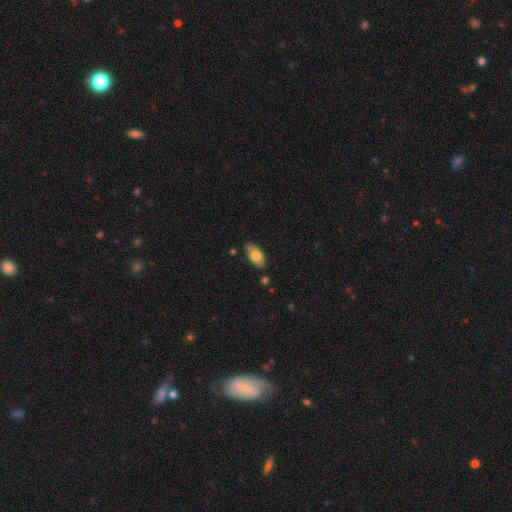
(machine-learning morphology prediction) type=smooth (76%); roundness=in between (92%); merging=none (81%).